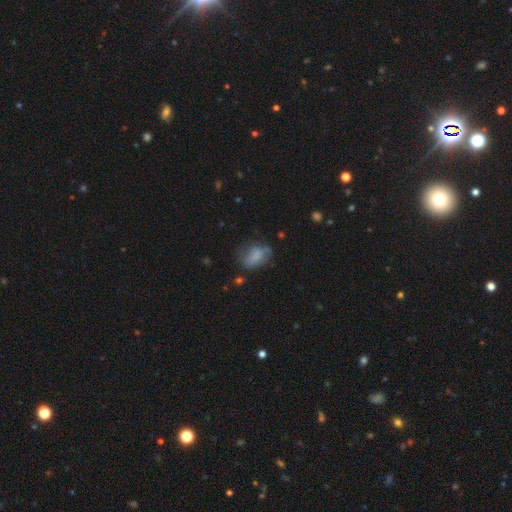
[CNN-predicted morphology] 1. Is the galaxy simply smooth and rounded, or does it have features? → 67% smooth, 23% featured or disk, 10% star or artifact.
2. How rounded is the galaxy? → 76% in between, 21% round, 2% cigar-shaped.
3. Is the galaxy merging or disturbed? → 47% none, 30% minor disturbance, 19% major disturbance, 4% merger.